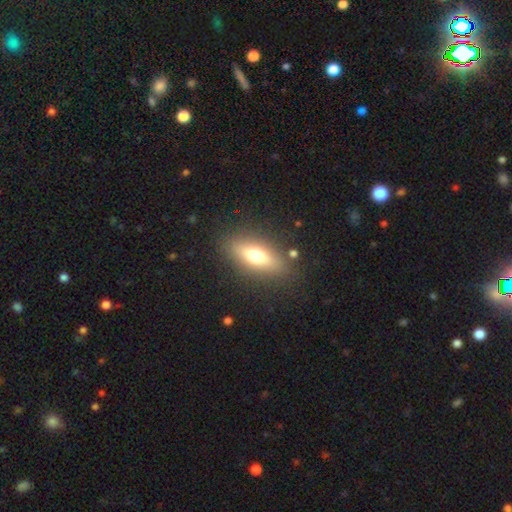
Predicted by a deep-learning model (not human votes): Q: Smooth or featured?
A: smooth (62%); runner-up: featured or disk (28%)
Q: How rounded?
A: in between (69%); runner-up: cigar-shaped (26%)
Q: Merging?
A: none (84%); runner-up: minor disturbance (10%)